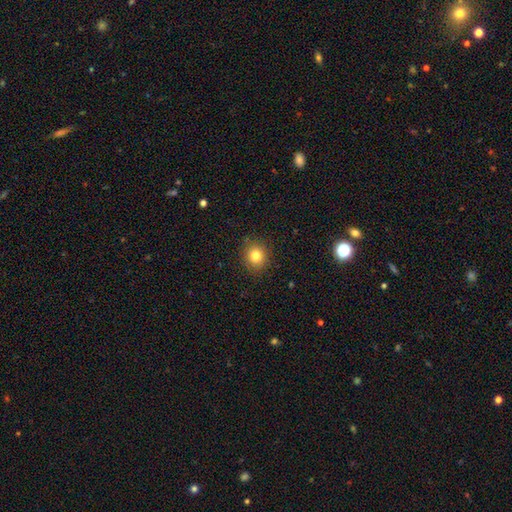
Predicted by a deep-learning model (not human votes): The model was most divided on "smooth or featured": smooth: 81%, star or artifact: 12%, featured or disk: 7%. More confident: merging — none (89%); how rounded — round (86%).